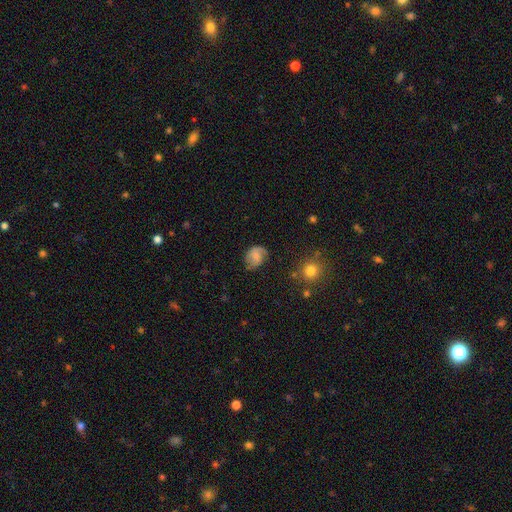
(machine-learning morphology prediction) Overall: featured or disk (47%; smooth 45%). Merging: none (63%; minor disturbance 26%).